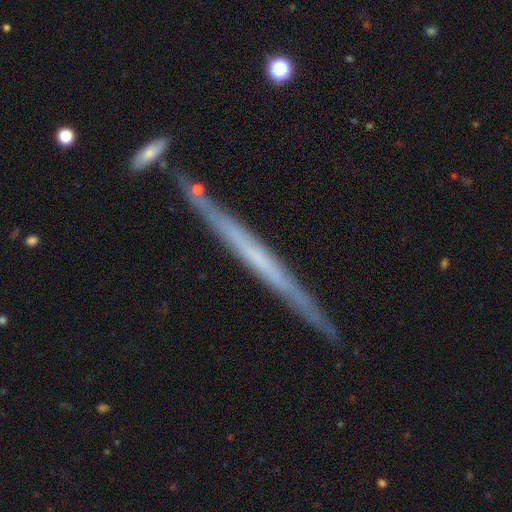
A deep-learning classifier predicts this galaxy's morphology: smooth-or-featured: featured or disk: 65% | smooth: 28% | star or artifact: 7%
  disk-edge-on: yes: 96% | no: 4%
    edge-on-bulge: none: 85% | rounded: 9% | boxy: 5%
  merging: none: 85% | minor disturbance: 9% | merger: 4% | major disturbance: 2%